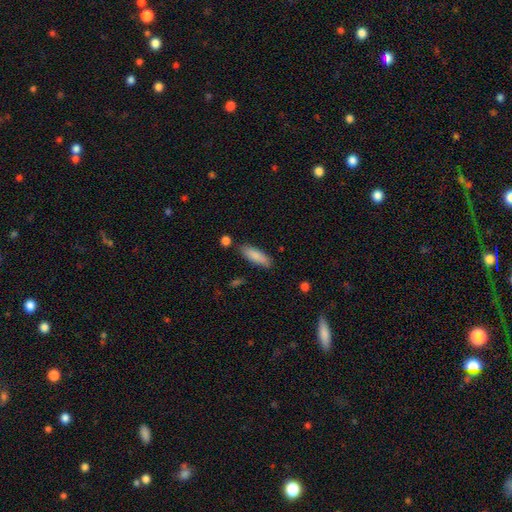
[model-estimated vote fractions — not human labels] Smooth or featured: smooth — 86% (featured or disk — 8%)
How rounded: in between — 50% (cigar-shaped — 48%)
Merging: none — 81% (minor disturbance — 13%)